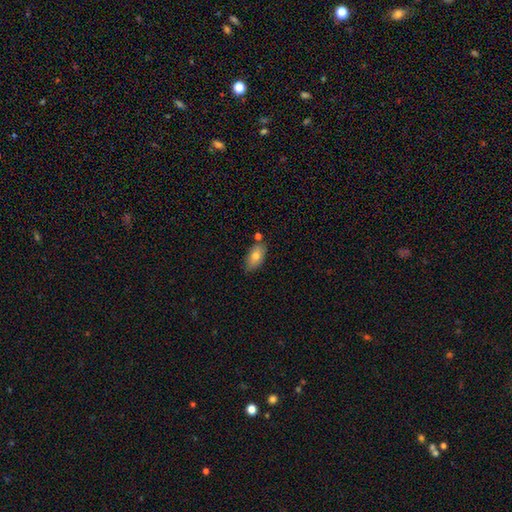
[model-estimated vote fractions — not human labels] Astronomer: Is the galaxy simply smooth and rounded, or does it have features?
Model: smooth — 77%.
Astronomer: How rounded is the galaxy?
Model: in between — 90%.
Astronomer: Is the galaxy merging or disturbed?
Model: none — 70%.